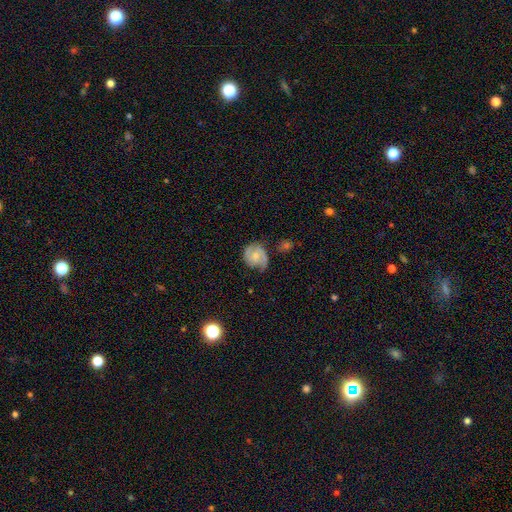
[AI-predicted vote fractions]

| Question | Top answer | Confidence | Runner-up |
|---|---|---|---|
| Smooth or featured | featured or disk | 71% | smooth (22%) |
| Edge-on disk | no | 98% | yes (2%) |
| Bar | no | 63% | weak (32%) |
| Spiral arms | yes | 93% | no (7%) |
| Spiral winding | tight | 46% | medium (41%) |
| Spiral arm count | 2 | 71% | 1 (11%) |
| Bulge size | small | 49% | moderate (41%) |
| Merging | none | 61% | minor disturbance (27%) |